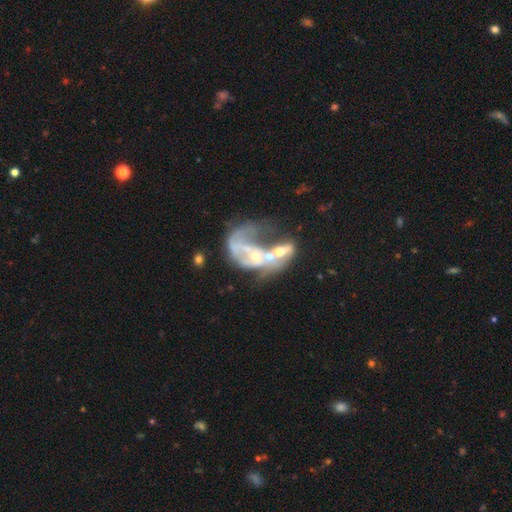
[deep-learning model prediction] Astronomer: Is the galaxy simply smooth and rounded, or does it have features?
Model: featured or disk — 74%.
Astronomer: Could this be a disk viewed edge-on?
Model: no — 96%.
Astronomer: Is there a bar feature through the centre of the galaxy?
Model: no — 67%.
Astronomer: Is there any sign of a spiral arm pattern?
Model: yes — 54% (runner-up: no, 46%).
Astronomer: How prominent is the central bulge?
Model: small — 46% (runner-up: moderate, 35%).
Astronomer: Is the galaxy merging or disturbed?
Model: merger — 72%.